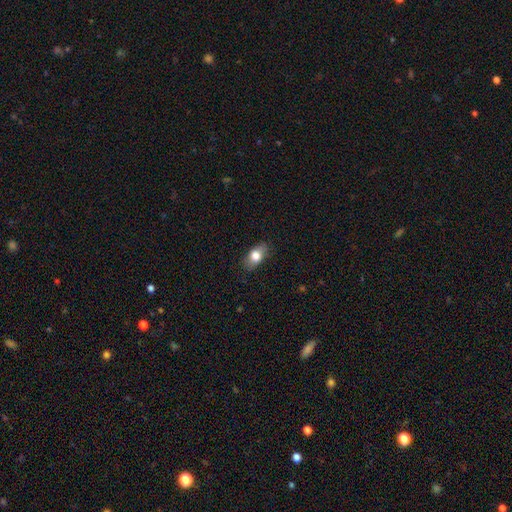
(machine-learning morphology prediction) The model was most divided on "smooth or featured": smooth: 77%, featured or disk: 15%, star or artifact: 7%. More confident: how rounded — in between (86%); merging — none (82%).